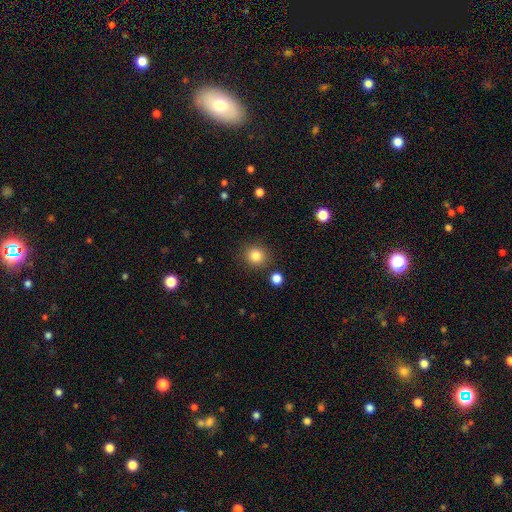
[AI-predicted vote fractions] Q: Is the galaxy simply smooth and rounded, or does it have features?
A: smooth — 84%.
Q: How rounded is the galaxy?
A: round — 89%.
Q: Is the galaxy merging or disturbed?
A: none — 88%.